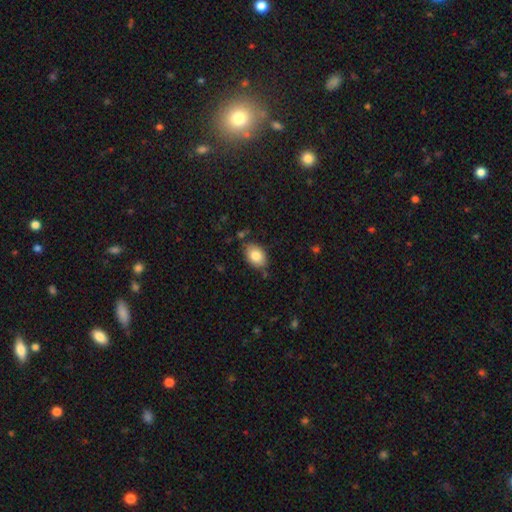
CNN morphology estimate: A smooth galaxy with no disk features (83%) that is in between round and cigar-shaped (84%). Merging: none (79%).